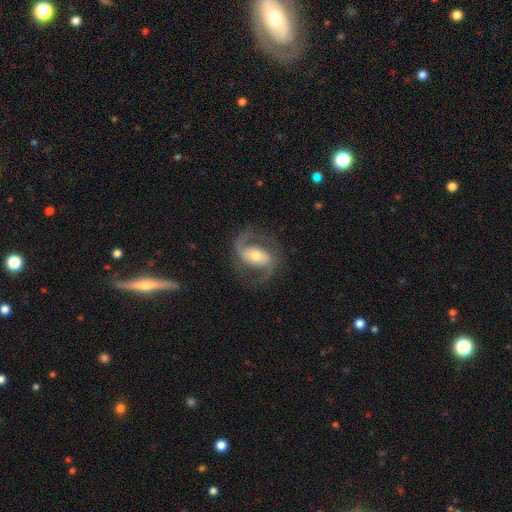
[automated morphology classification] featured or disk 89%, smooth 6%, star or artifact 5%. Down the decision tree: edge-on disk — no (97%); bar — weak (40%); spiral arms — yes (96%); spiral arm count — 2 (92%); spiral winding — medium (58%); bulge size — moderate (58%); merging — none (78%).